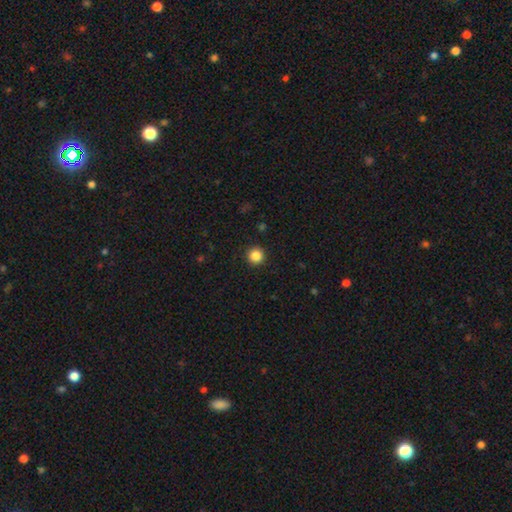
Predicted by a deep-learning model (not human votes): Smooth or featured: smooth — 86% (star or artifact — 11%)
How rounded: round — 96% (in between — 3%)
Merging: none — 93% (minor disturbance — 5%)